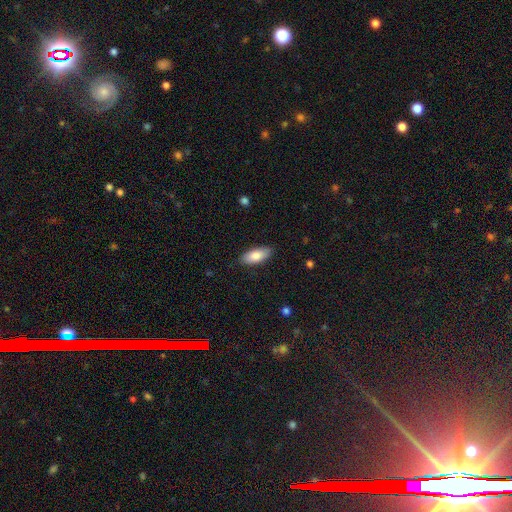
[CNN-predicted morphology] Q: Smooth or featured?
A: smooth (83%); runner-up: featured or disk (11%)
Q: How rounded?
A: in between (84%); runner-up: cigar-shaped (14%)
Q: Merging?
A: none (87%); runner-up: minor disturbance (10%)